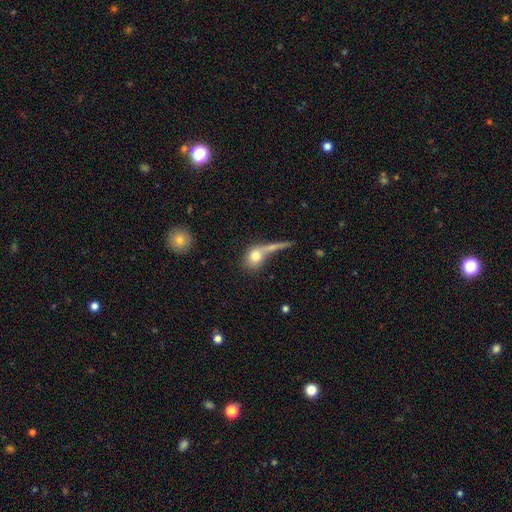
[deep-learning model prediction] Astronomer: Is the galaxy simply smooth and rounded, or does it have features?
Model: smooth — 73%.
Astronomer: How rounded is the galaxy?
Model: round — 57% (runner-up: in between, 36%).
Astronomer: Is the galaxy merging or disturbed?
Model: none — 36% (runner-up: merger, 32%).